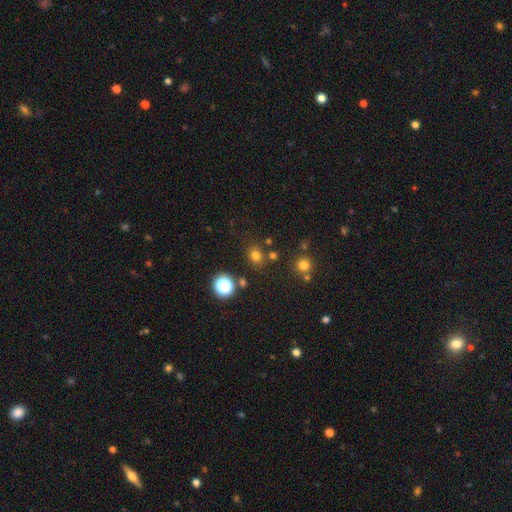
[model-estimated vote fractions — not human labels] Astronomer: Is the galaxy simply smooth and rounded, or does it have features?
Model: smooth — 71%.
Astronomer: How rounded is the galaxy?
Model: round — 64%.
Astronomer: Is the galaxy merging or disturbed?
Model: none — 80%.